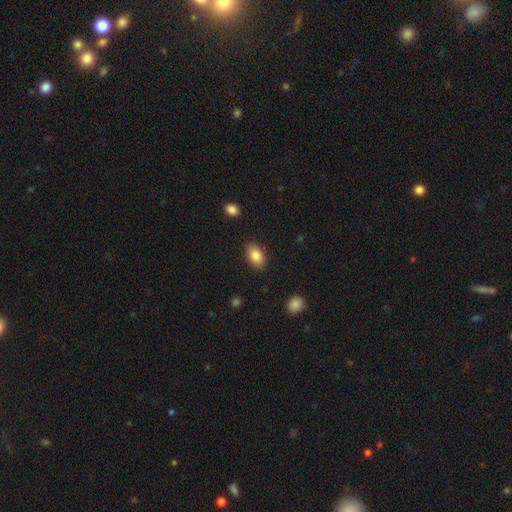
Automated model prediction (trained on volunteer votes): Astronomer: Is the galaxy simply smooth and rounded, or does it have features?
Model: smooth — 85%.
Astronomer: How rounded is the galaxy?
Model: in between — 89%.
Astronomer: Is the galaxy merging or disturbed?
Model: none — 86%.